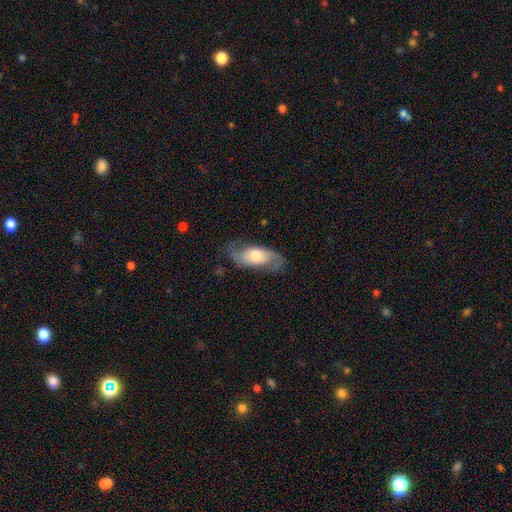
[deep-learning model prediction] smooth-or-featured: featured or disk: 62% | smooth: 32% | star or artifact: 6%
  disk-edge-on: no: 90% | yes: 10%
    bar: no: 57% | weak: 33% | strong: 10%
    has-spiral-arms: yes: 88% | no: 12%
    bulge-size: moderate: 39% | large: 33% | small: 17% | none: 6% | dominant: 5%
  merging: none: 64% | minor disturbance: 21% | major disturbance: 13% | merger: 2%